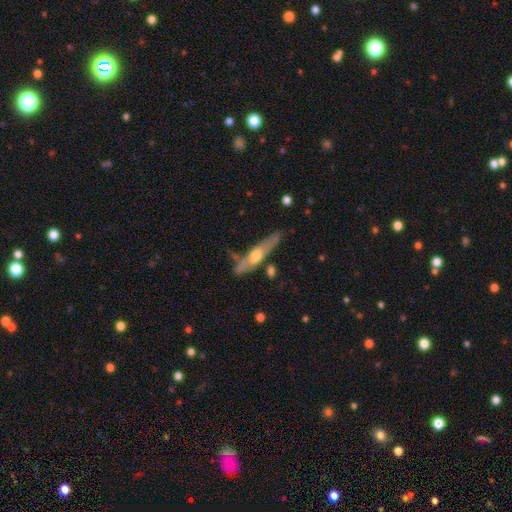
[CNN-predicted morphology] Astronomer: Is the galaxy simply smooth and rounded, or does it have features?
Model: featured or disk — 59% (runner-up: smooth, 36%).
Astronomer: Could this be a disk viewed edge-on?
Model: yes — 79%.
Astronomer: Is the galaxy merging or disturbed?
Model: none — 67%.